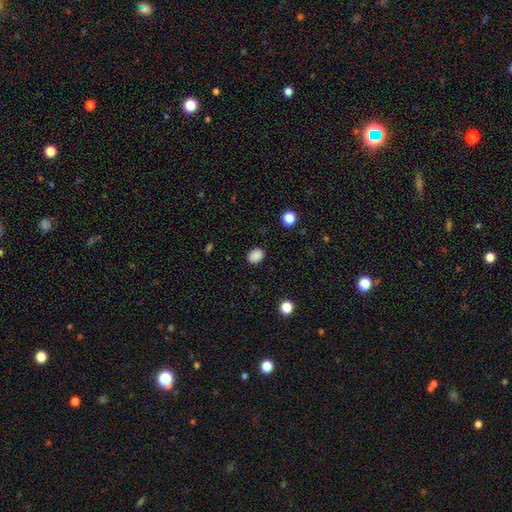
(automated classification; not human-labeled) smooth 87%, star or artifact 10%, featured or disk 2%. Down the decision tree: how rounded — in between (56%); merging — none (88%).